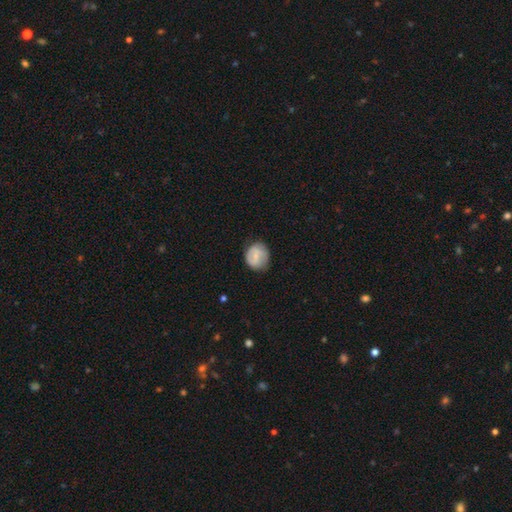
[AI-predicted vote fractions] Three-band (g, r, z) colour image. It shows a smooth galaxy with no disk features (57%) that is round (74%). Merging: none (71%).